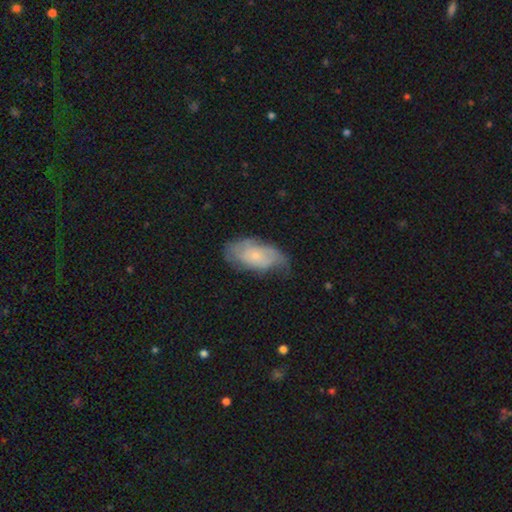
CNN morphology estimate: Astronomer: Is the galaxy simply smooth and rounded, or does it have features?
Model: featured or disk — 53% (runner-up: smooth, 40%).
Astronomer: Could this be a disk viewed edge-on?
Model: no — 93%.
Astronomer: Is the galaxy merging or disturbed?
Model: none — 53% (runner-up: minor disturbance, 32%).